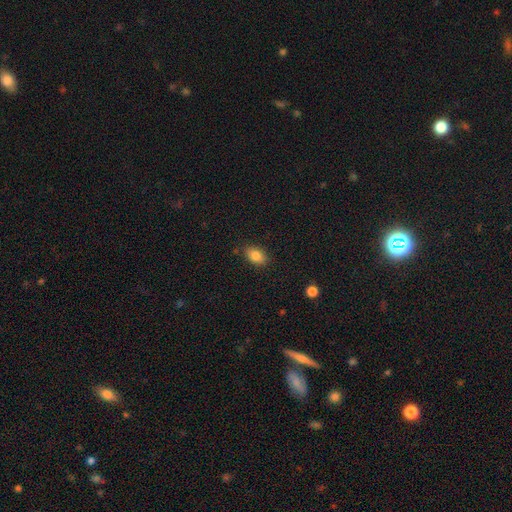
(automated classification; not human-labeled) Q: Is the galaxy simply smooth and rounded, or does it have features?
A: smooth — 83%.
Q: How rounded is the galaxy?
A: in between — 87%.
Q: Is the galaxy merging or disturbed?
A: none — 85%.